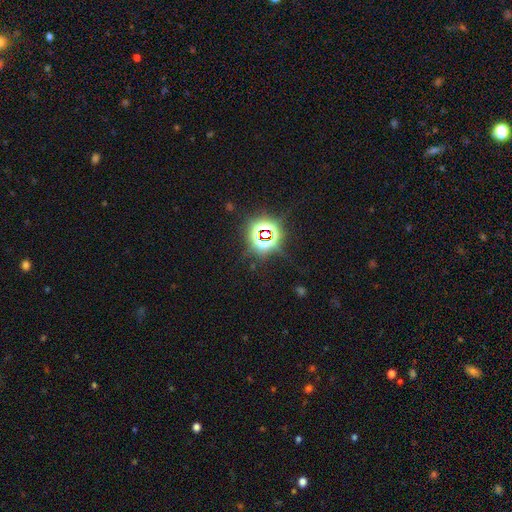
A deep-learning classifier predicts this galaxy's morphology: This is clearly a star or artifact rather than a galaxy (82%).